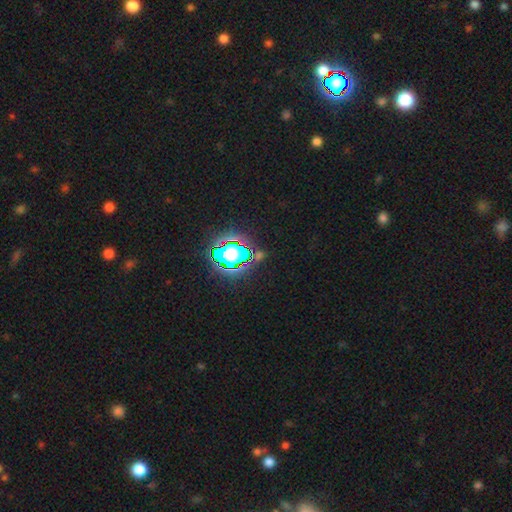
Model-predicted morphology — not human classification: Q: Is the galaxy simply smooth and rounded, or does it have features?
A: star or artifact — 70%.